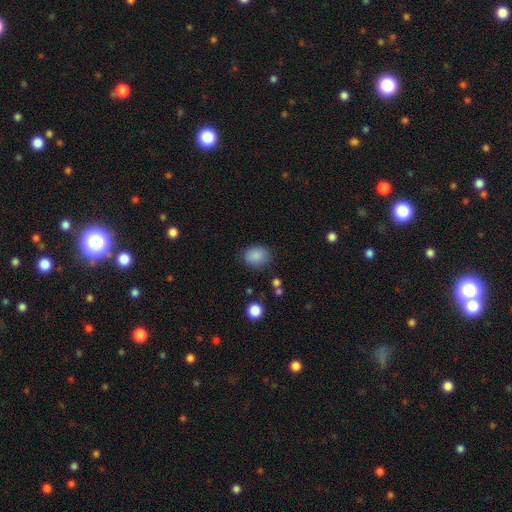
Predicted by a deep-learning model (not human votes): Smooth or featured? Predicted: smooth (p=0.86). How rounded? Predicted: in between (p=0.60). Merging? Predicted: none (p=0.78).